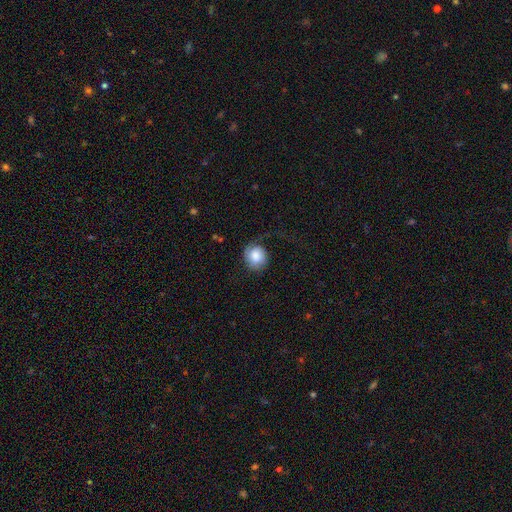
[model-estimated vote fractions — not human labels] A smooth galaxy with no disk features (69%) that is round (77%).

Vote fractions:
- Smooth or featured? smooth: 69% / featured or disk: 24% / star or artifact: 7%
- How rounded? round: 77% / in between: 22% / cigar-shaped: 1%
- Merging? none: 48% / major disturbance: 27% / minor disturbance: 23% / merger: 2%